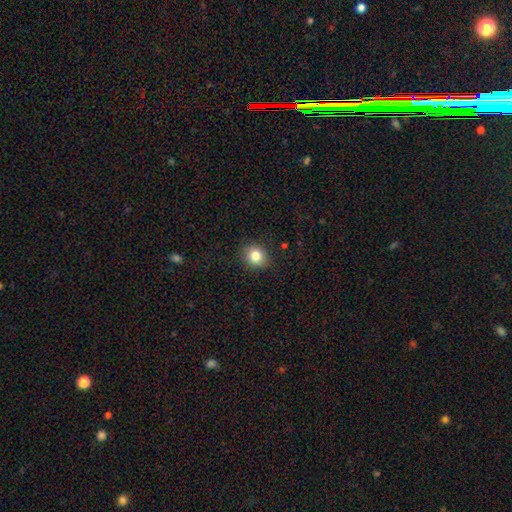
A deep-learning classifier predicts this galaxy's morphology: Smooth or featured: smooth — 82% (star or artifact — 10%)
How rounded: round — 75% (in between — 24%)
Merging: none — 89% (minor disturbance — 7%)